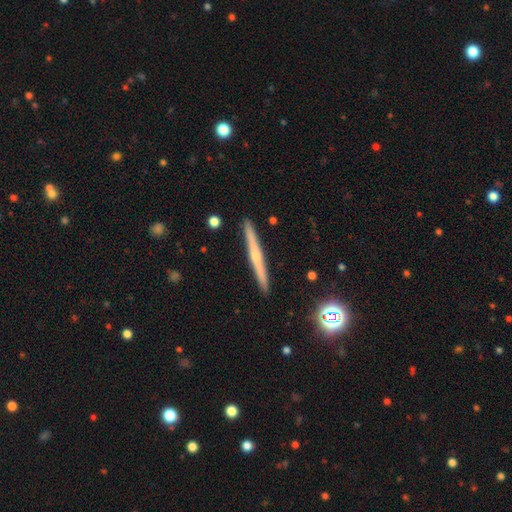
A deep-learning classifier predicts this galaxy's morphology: Smooth or featured? Predicted: featured or disk (p=0.63). Edge-on disk? Predicted: yes (p=0.98). Edge-on bulge? Predicted: rounded (p=0.56). Merging? Predicted: none (p=0.92).